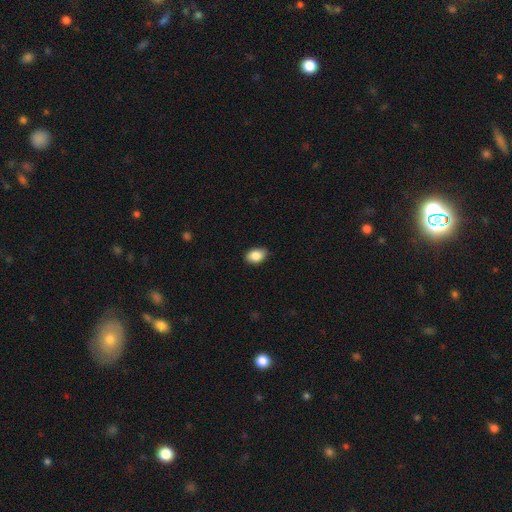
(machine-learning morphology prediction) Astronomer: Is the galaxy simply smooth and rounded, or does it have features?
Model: smooth — 87%.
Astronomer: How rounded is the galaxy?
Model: in between — 85%.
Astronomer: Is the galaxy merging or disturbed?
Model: none — 82%.